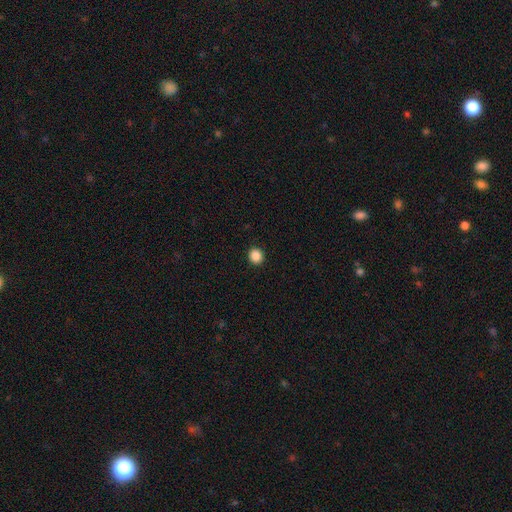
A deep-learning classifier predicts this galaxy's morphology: Smooth or featured? Predicted: smooth (p=0.87). How rounded? Predicted: round (p=0.87). Merging? Predicted: none (p=0.93).